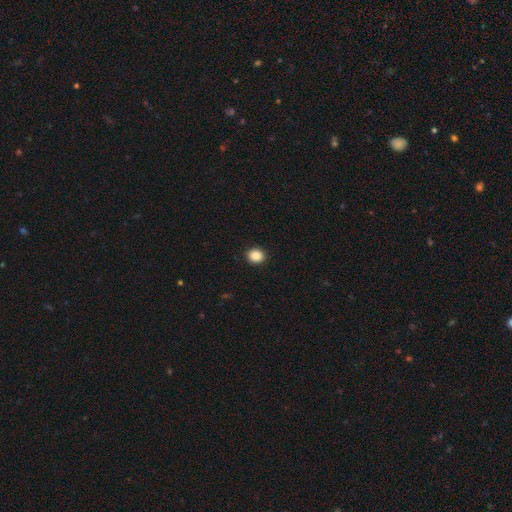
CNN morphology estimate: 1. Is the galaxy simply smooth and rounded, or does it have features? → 88% smooth, 9% star or artifact, 3% featured or disk.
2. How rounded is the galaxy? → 70% round, 29% in between, 1% cigar-shaped.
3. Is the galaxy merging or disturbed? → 91% none, 6% minor disturbance, 2% major disturbance, 1% merger.